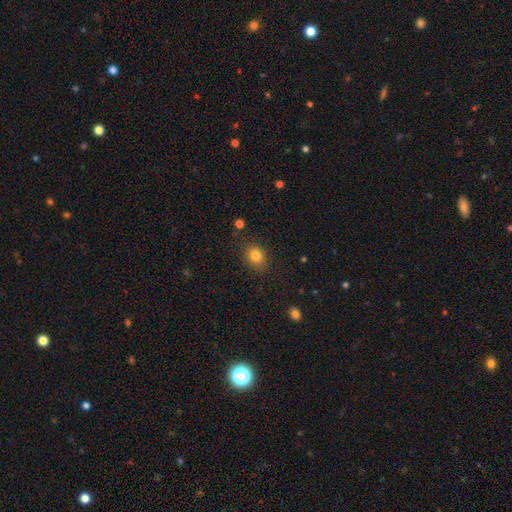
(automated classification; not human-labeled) This is clearly a smooth galaxy (81%). How rounded: possibly round (56%). Merging: clearly none (84%).